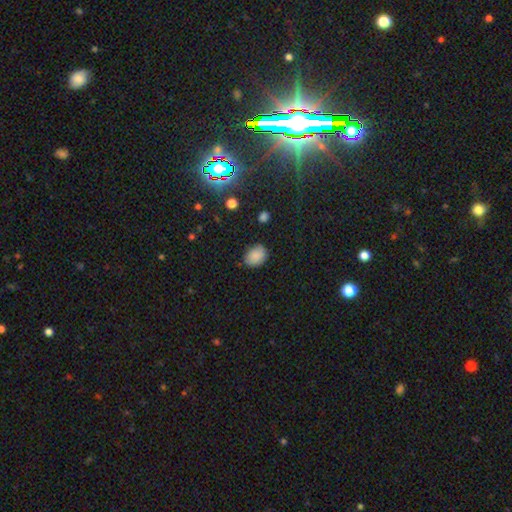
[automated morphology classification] A smooth galaxy with no disk features (86%) that is in between round and cigar-shaped (65%).

Vote fractions:
- Smooth or featured? smooth: 86% / star or artifact: 9% / featured or disk: 5%
- How rounded? in between: 65% / round: 34% / cigar-shaped: 1%
- Merging? none: 78% / minor disturbance: 17% / major disturbance: 3% / merger: 2%